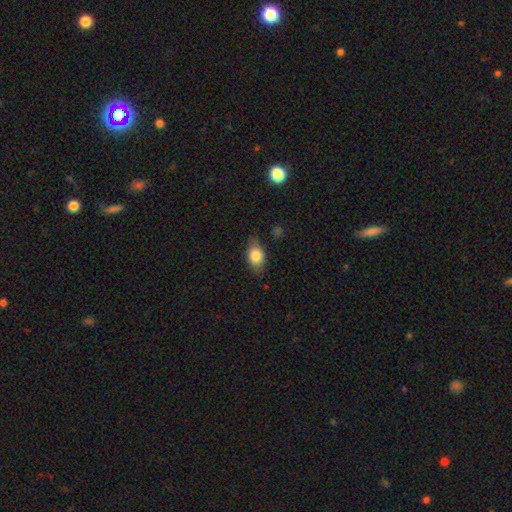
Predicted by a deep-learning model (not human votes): A smooth galaxy with no disk features (80%) that is in between round and cigar-shaped (79%).

Vote fractions:
- Smooth or featured? smooth: 80% / featured or disk: 12% / star or artifact: 8%
- How rounded? in between: 79% / round: 18% / cigar-shaped: 3%
- Merging? none: 73% / minor disturbance: 21% / major disturbance: 5% / merger: 2%